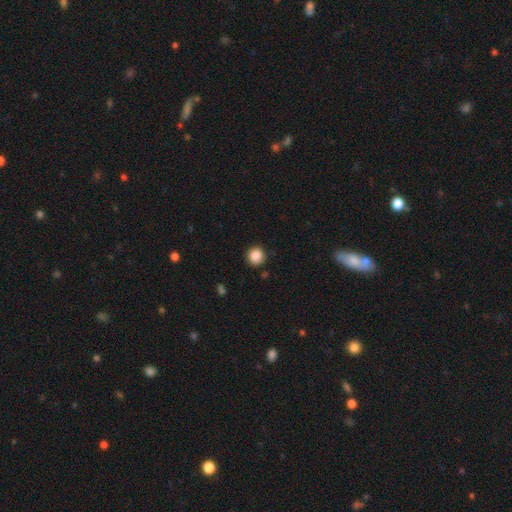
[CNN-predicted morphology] A smooth galaxy with no disk features (87%) that is round (90%).

Vote fractions:
- Smooth or featured? smooth: 87% / star or artifact: 10% / featured or disk: 4%
- How rounded? round: 90% / in between: 9% / cigar-shaped: 1%
- Merging? none: 87% / minor disturbance: 9% / major disturbance: 2% / merger: 1%